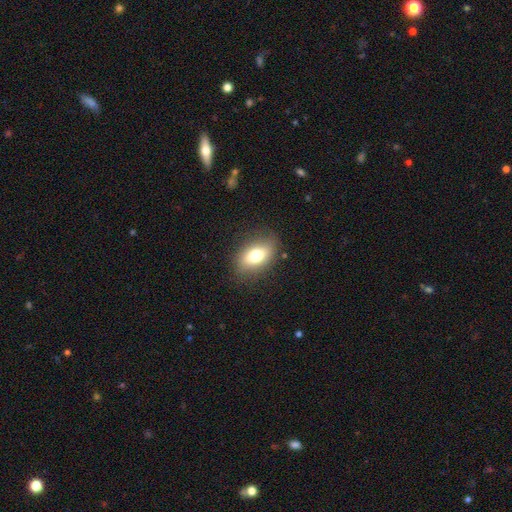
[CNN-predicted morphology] Q: Smooth or featured?
A: smooth (72%); runner-up: featured or disk (19%)
Q: How rounded?
A: in between (84%); runner-up: round (11%)
Q: Merging?
A: none (83%); runner-up: minor disturbance (12%)